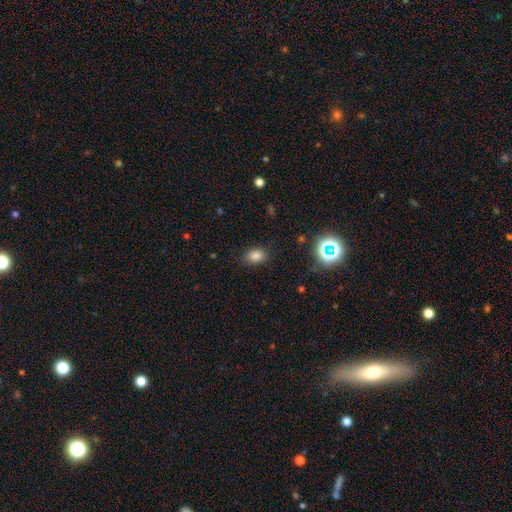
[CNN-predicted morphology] A smooth galaxy with no disk features (80%) that is in between round and cigar-shaped (71%).

Vote fractions:
- Smooth or featured? smooth: 80% / star or artifact: 14% / featured or disk: 5%
- How rounded? in between: 71% / round: 28% / cigar-shaped: 1%
- Merging? none: 85% / minor disturbance: 10% / major disturbance: 3% / merger: 1%